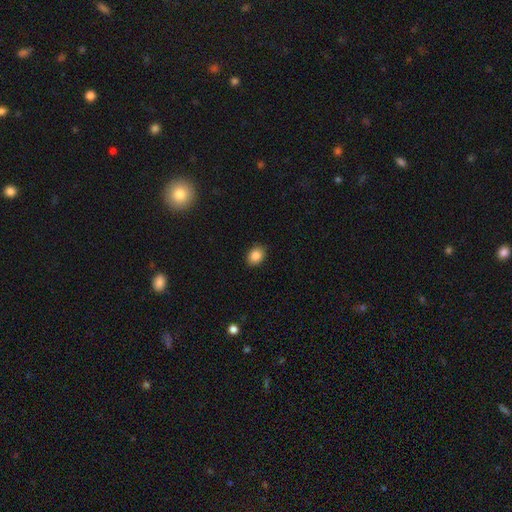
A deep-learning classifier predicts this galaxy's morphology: A smooth galaxy with no disk features (86%) that is in between round and cigar-shaped (65%). Merging: none (88%).